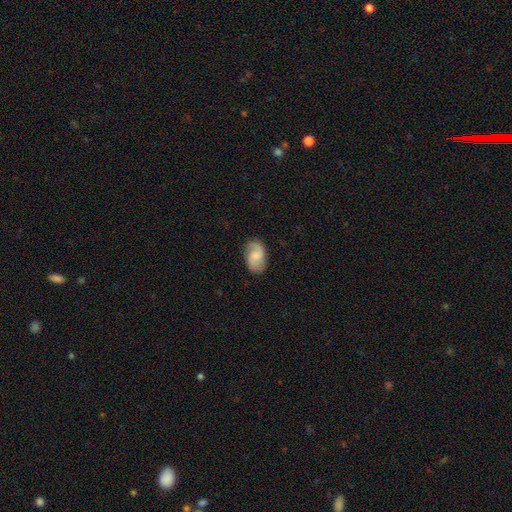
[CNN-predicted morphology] Smooth or featured?
  - featured or disk: 47% *
  - smooth: 46%
  - star or artifact: 7%
Merging?
  - none: 80% *
  - minor disturbance: 15%
  - major disturbance: 4%
  - merger: 1%